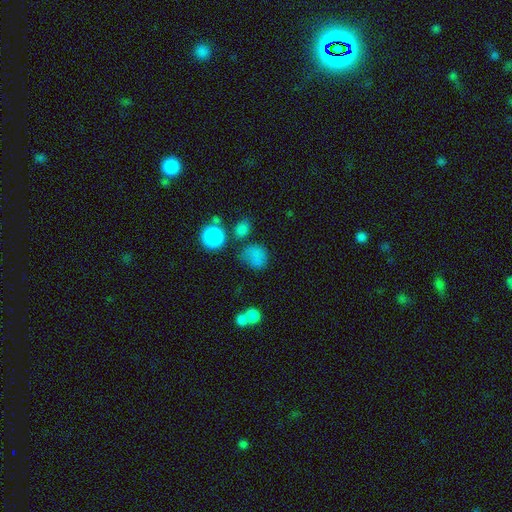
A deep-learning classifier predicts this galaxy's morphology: smooth-or-featured: smooth: 76% | star or artifact: 16% | featured or disk: 8%
  how-rounded: round: 66% | in between: 33% | cigar-shaped: 1%
  merging: none: 52% | minor disturbance: 22% | major disturbance: 15% | merger: 10%